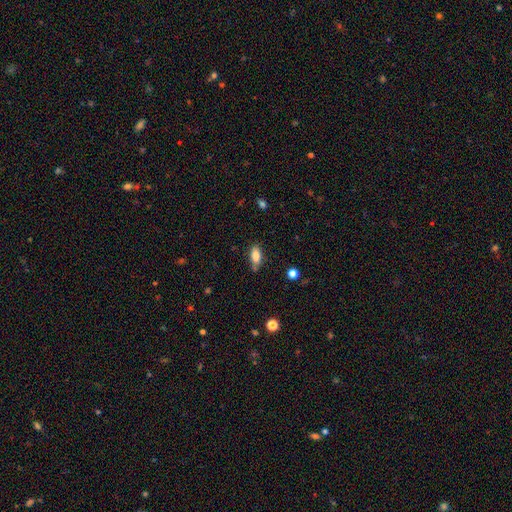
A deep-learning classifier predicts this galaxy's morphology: smooth-or-featured: smooth: 81% | featured or disk: 11% | star or artifact: 8%
  how-rounded: in between: 84% | cigar-shaped: 12% | round: 4%
  merging: none: 72% | minor disturbance: 19% | merger: 5% | major disturbance: 4%